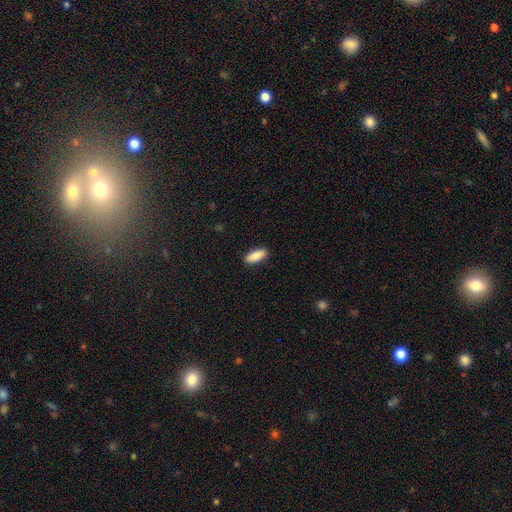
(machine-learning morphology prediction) smooth_or_featured: smooth (p=0.87) [alt: featured or disk p=0.07]
how_rounded: in between (p=0.80) [alt: cigar-shaped p=0.18]
merging: none (p=0.89) [alt: minor disturbance p=0.08]